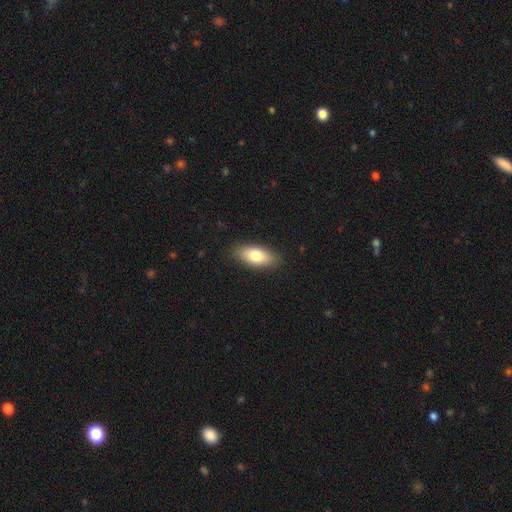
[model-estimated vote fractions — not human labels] Smooth or featured? Predicted: smooth (p=0.78). How rounded? Predicted: in between (p=0.84). Merging? Predicted: none (p=0.87).